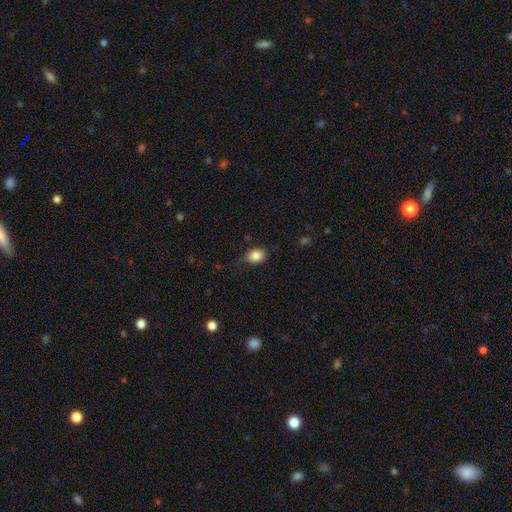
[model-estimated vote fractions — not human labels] A smooth galaxy with no disk features (85%) that is in between round and cigar-shaped (51%).

Vote fractions:
- Smooth or featured? smooth: 85% / star or artifact: 10% / featured or disk: 6%
- How rounded? in between: 51% / round: 48% / cigar-shaped: 1%
- Merging? none: 74% / minor disturbance: 20% / major disturbance: 5% / merger: 1%